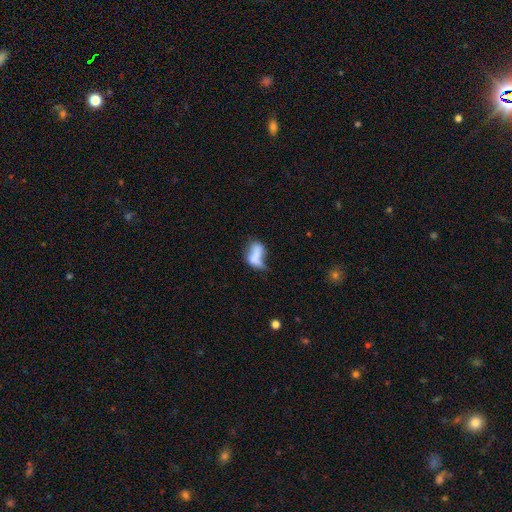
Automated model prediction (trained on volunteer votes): Overall: smooth (61%; featured or disk 28%). How rounded: in between (83%). Merging: major disturbance (29%; merger 27%).